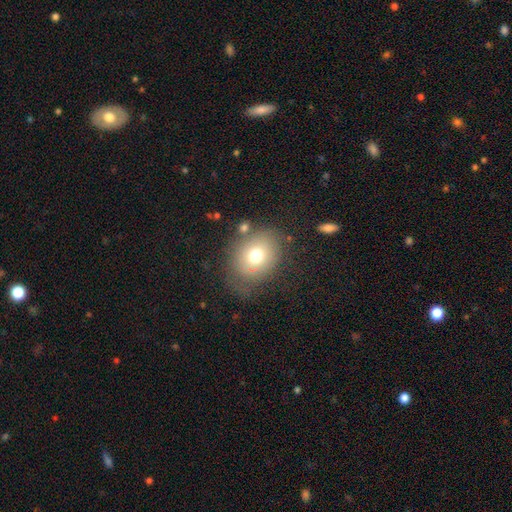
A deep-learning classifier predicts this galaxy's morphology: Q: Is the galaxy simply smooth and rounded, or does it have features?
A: smooth — 69%.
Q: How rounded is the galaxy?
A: round — 52%.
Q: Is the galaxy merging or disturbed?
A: none — 67%.